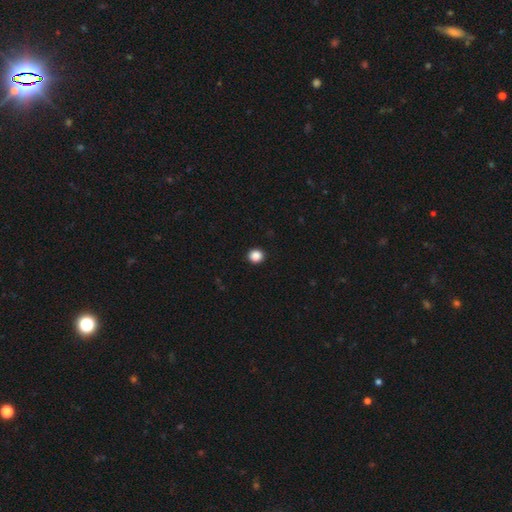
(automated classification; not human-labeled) Smooth or featured? Predicted: smooth (p=0.87). How rounded? Predicted: round (p=0.91). Merging? Predicted: none (p=0.93).